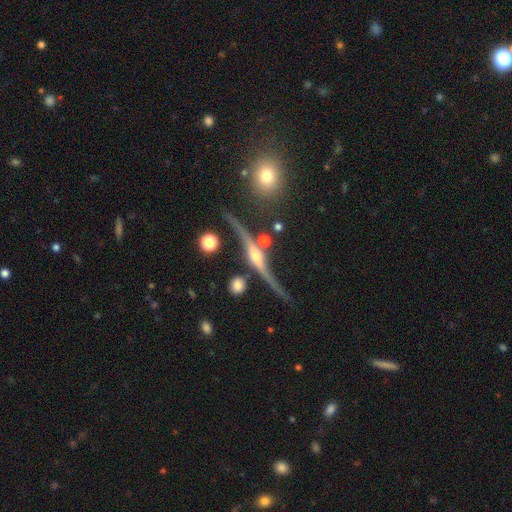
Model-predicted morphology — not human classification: Overall: featured or disk (89%). Edge-on disk: yes (88%). Edge-on bulge: rounded (91%). Merging: none (74%).